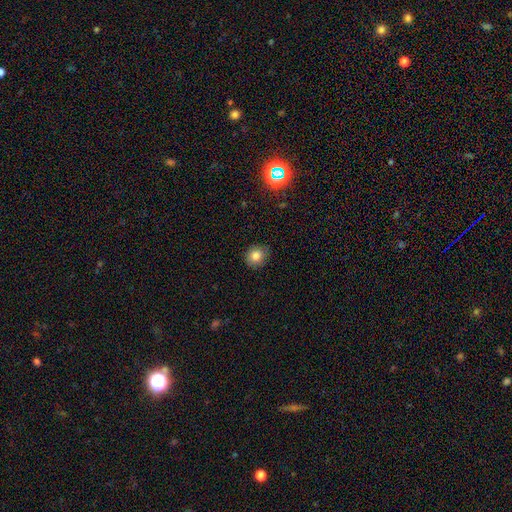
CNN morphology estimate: Overall: smooth (83%). How rounded: round (78%). Merging: none (87%).